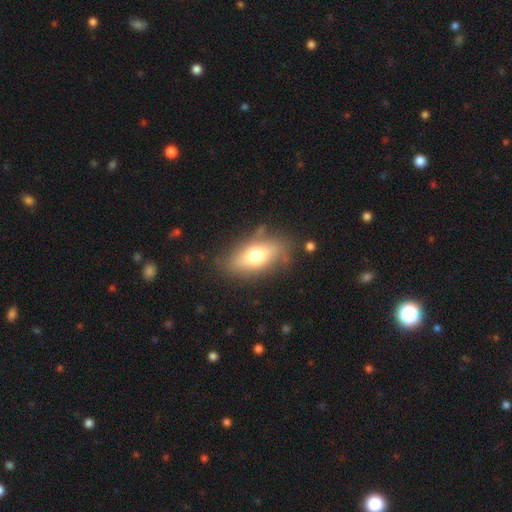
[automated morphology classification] Smooth or featured? smooth (66%)
How rounded? in between (86%)
Merging? none (75%)